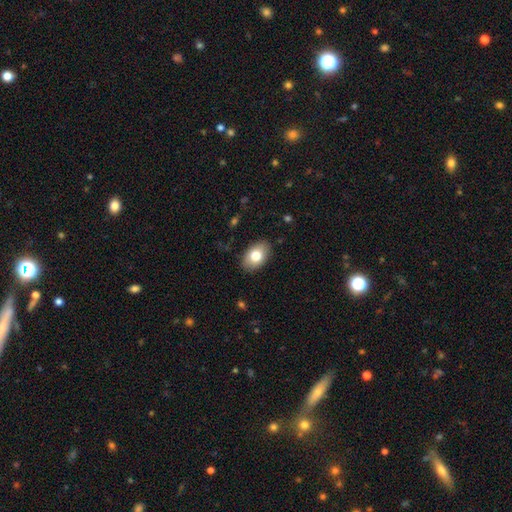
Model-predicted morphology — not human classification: type=smooth (78%); roundness=in between (89%); merging=none (86%).